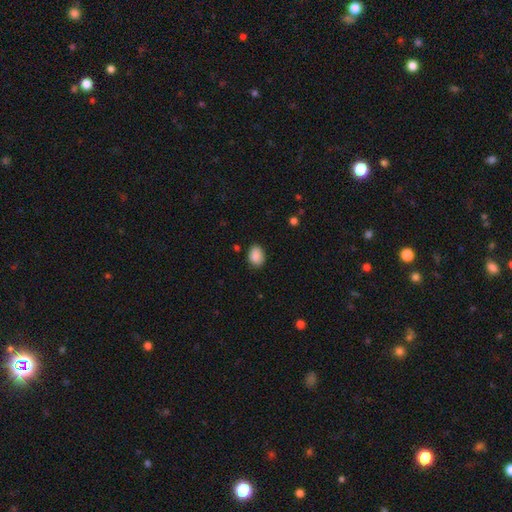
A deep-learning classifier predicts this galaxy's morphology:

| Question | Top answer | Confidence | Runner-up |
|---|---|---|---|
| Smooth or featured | smooth | 89% | star or artifact (8%) |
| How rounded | in between | 69% | round (30%) |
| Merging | none | 81% | minor disturbance (14%) |